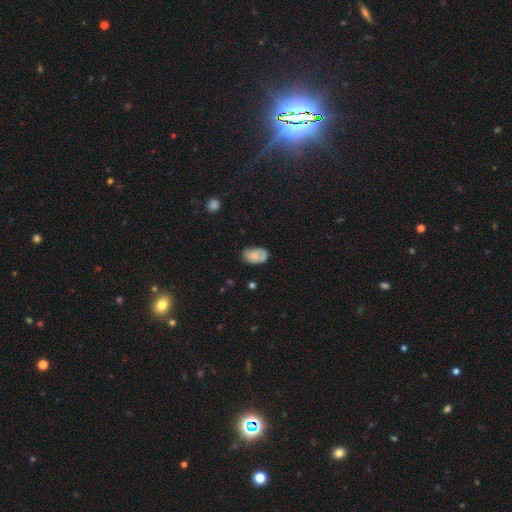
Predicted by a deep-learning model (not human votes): smooth 68%, featured or disk 23%, star or artifact 8%. Down the decision tree: how rounded — in between (89%); merging — none (59%).